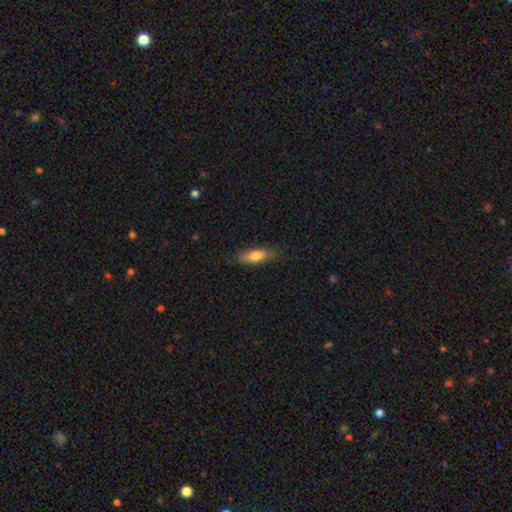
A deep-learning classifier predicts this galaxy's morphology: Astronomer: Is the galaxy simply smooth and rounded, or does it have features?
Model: smooth — 73%.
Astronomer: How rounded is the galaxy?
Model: in between — 59% (runner-up: cigar-shaped, 38%).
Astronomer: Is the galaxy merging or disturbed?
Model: none — 81%.